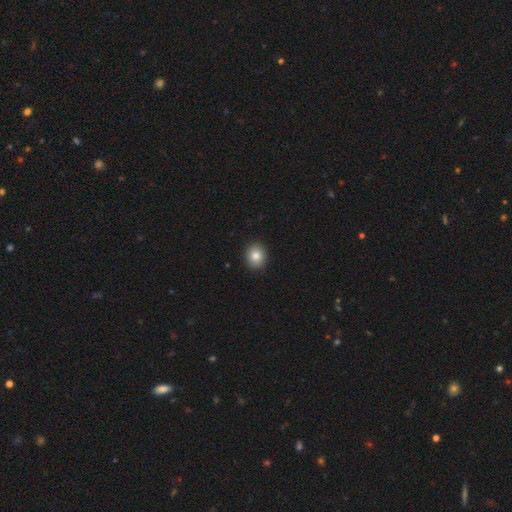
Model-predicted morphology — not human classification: Smooth or featured? smooth (84%)
How rounded? round (67%)
Merging? none (91%)